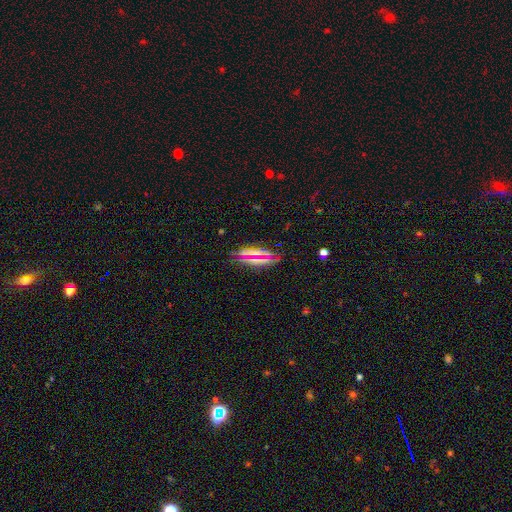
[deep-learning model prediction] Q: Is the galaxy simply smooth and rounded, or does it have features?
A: smooth — 52%.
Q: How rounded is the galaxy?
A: in between — 69%.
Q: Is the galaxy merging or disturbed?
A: none — 77%.